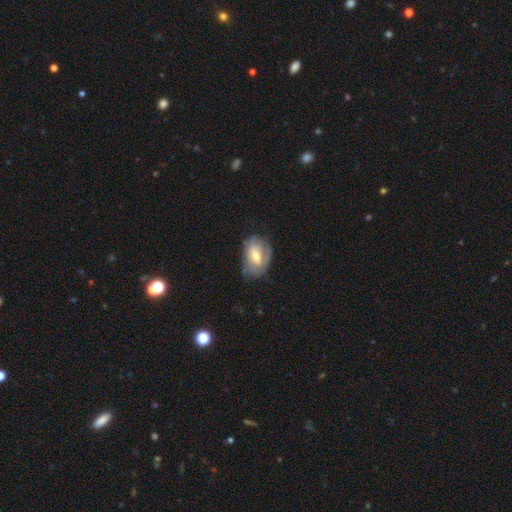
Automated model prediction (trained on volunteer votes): smooth 47%, featured or disk 46%, star or artifact 7%. Down the decision tree: merging — none (58%).